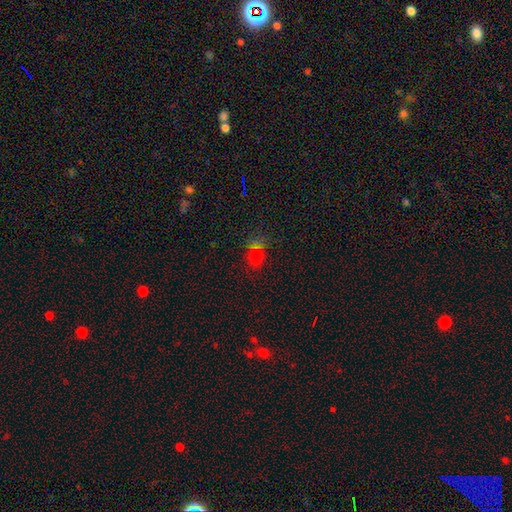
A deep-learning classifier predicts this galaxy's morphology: type=smooth (62%); roundness=round (50%); merging=none (70%).